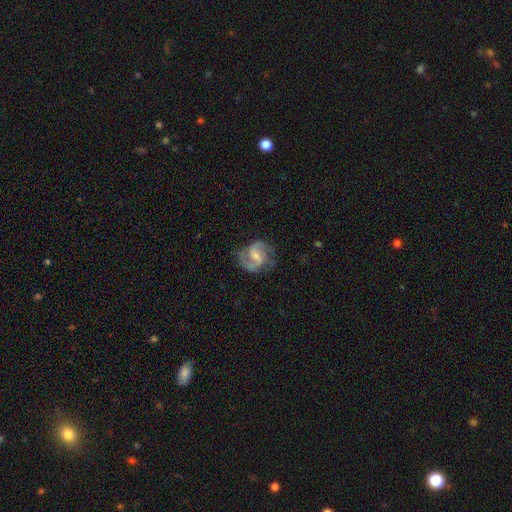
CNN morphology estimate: type=featured or disk (86%); edge-on=no (98%); bar=weak (54%); spiral arms=yes (97%); winding=medium (58%); arm count=2 (91%); bulge=small (50%); merging=none (74%).